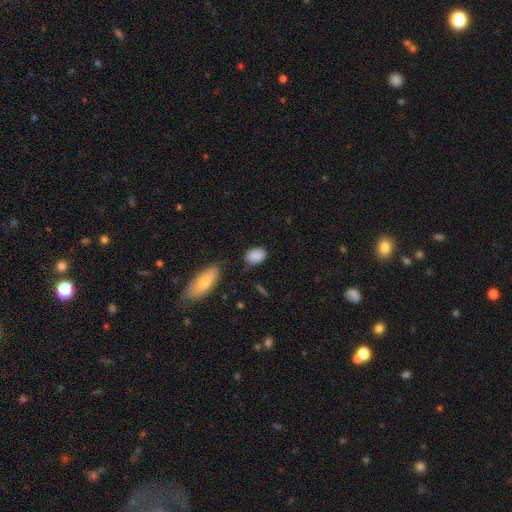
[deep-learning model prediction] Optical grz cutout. It shows a smooth galaxy with no disk features (87%) that is in between round and cigar-shaped (82%). Merging: none (70%).